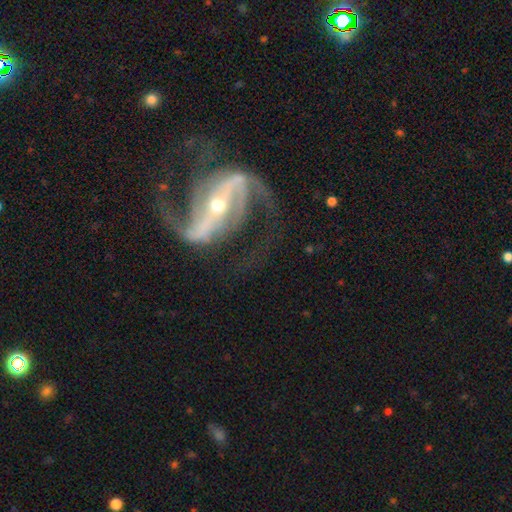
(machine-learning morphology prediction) Q: Smooth or featured?
A: featured or disk (92%); runner-up: star or artifact (5%)
Q: Edge-on disk?
A: no (96%); runner-up: yes (4%)
Q: Bar?
A: strong (67%); runner-up: weak (21%)
Q: Spiral arms?
A: yes (98%); runner-up: no (2%)
Q: Spiral winding?
A: medium (49%); runner-up: loose (39%)
Q: Spiral arm count?
A: 2 (93%); runner-up: 3 (2%)
Q: Bulge size?
A: small (59%); runner-up: moderate (37%)
Q: Merging?
A: none (72%); runner-up: minor disturbance (13%)